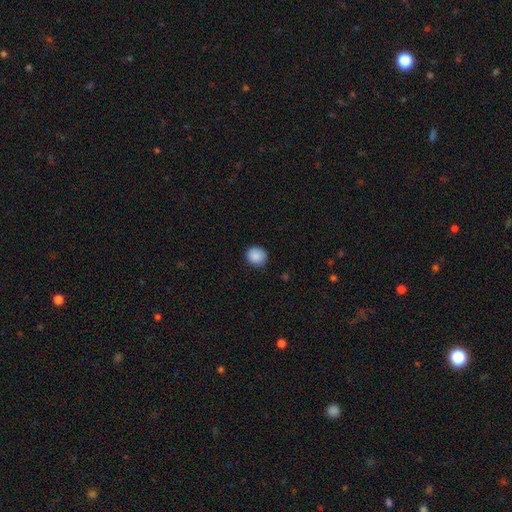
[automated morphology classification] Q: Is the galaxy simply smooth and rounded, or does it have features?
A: smooth — 89%.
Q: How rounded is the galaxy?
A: round — 82%.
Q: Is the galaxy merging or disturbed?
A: none — 85%.